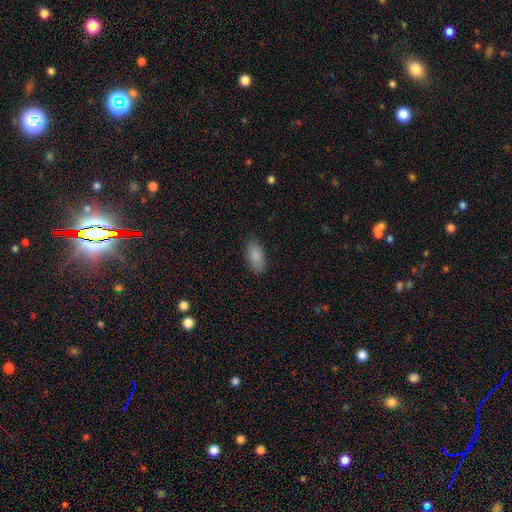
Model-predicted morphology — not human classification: smooth-or-featured: smooth: 87% | star or artifact: 7% | featured or disk: 6%
  how-rounded: in between: 92% | cigar-shaped: 5% | round: 3%
  merging: none: 86% | minor disturbance: 10% | major disturbance: 2% | merger: 1%